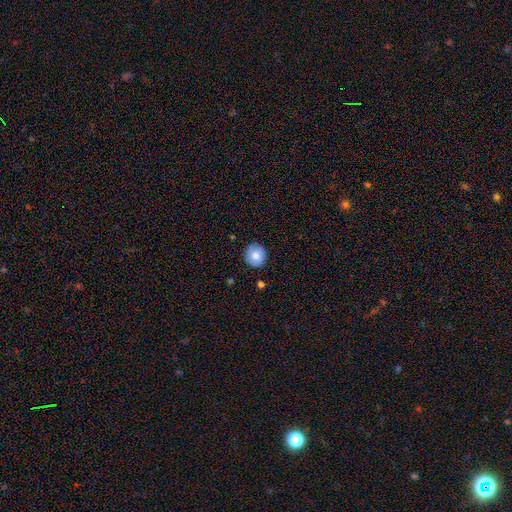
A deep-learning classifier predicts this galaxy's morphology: The model was most divided on "smooth or featured": smooth: 77%, featured or disk: 15%, star or artifact: 8%. More confident: how rounded — round (86%); merging — none (86%).